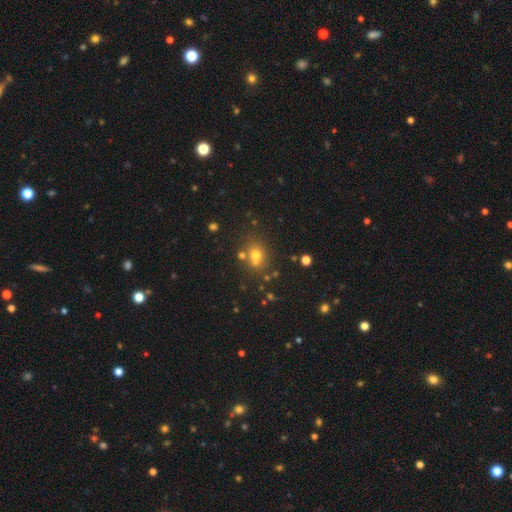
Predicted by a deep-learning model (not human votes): Smooth or featured? Predicted: smooth (p=0.67). How rounded? Predicted: round (p=0.59). Merging? Predicted: none (p=0.58).